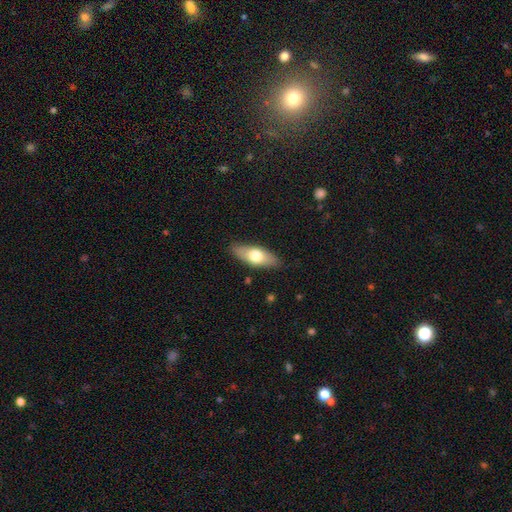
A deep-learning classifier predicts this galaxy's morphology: Q: Smooth or featured?
A: smooth (62%); runner-up: featured or disk (32%)
Q: How rounded?
A: in between (73%); runner-up: cigar-shaped (24%)
Q: Merging?
A: none (86%); runner-up: minor disturbance (11%)